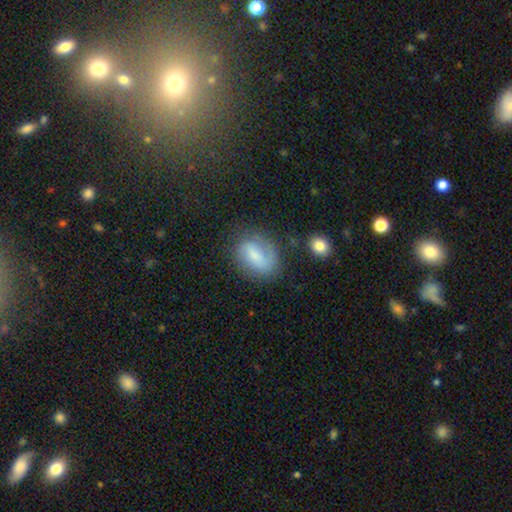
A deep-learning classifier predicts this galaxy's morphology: type=smooth (54%); roundness=in between (67%); merging=none (65%).